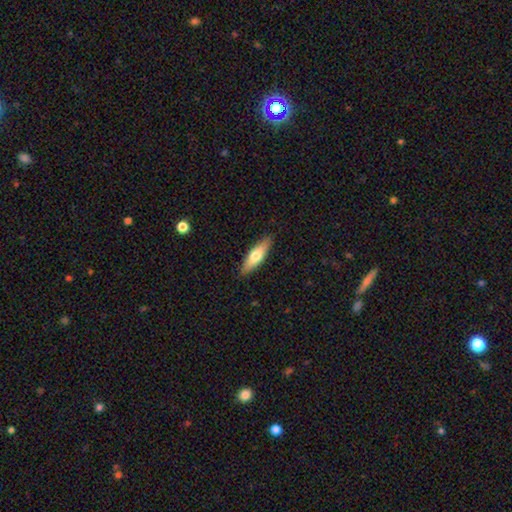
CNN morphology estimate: Smooth or featured?
  - smooth: 63% *
  - featured or disk: 31%
  - star or artifact: 6%
How rounded?
  - cigar-shaped: 57% *
  - in between: 41%
  - round: 2%
Merging?
  - none: 88% *
  - minor disturbance: 9%
  - major disturbance: 2%
  - merger: 1%